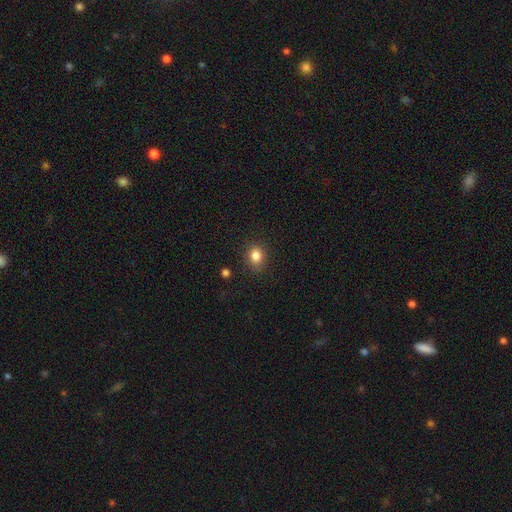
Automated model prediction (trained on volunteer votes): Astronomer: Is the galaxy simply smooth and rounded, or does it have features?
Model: smooth — 84%.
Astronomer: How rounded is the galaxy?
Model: round — 59% (runner-up: in between, 40%).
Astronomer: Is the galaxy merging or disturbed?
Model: none — 84%.